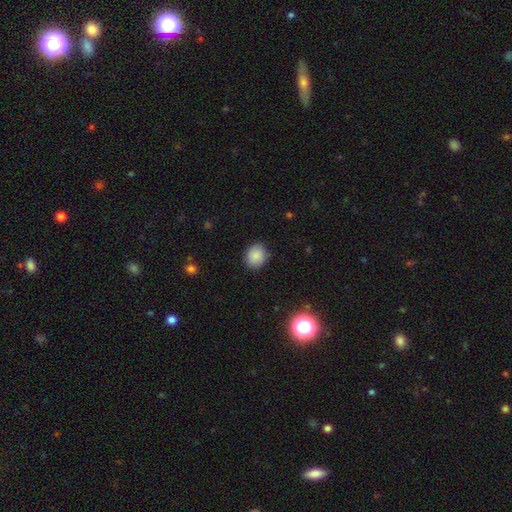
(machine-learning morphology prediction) This appears to be a smooth galaxy with no disk features (87%) that is round (62%). Merging: none (86%).